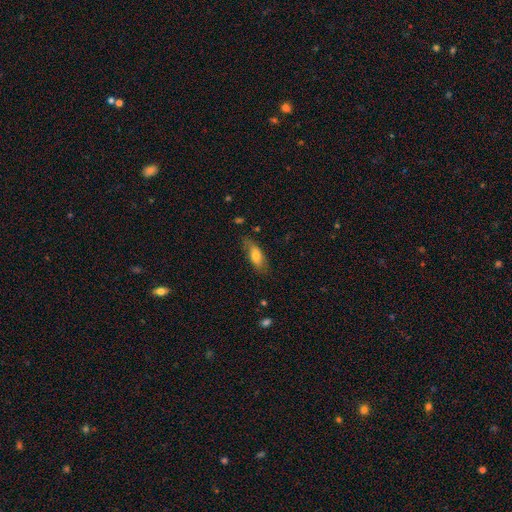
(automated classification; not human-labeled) Q: Smooth or featured?
A: smooth (68%); runner-up: featured or disk (25%)
Q: How rounded?
A: in between (76%); runner-up: cigar-shaped (21%)
Q: Merging?
A: none (70%); runner-up: minor disturbance (23%)